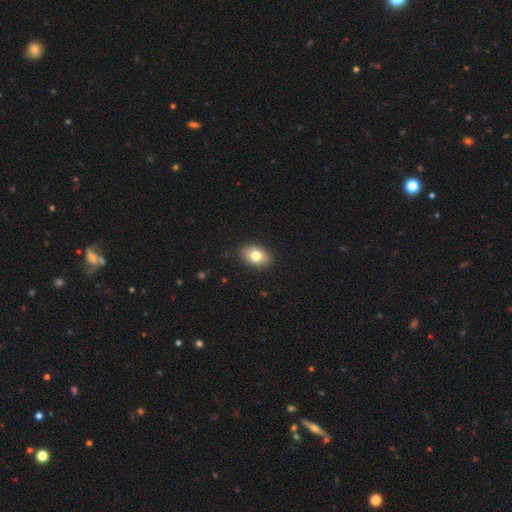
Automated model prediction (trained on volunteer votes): A smooth galaxy with no disk features (79%) that is in between round and cigar-shaped (86%). Merging: none (88%).